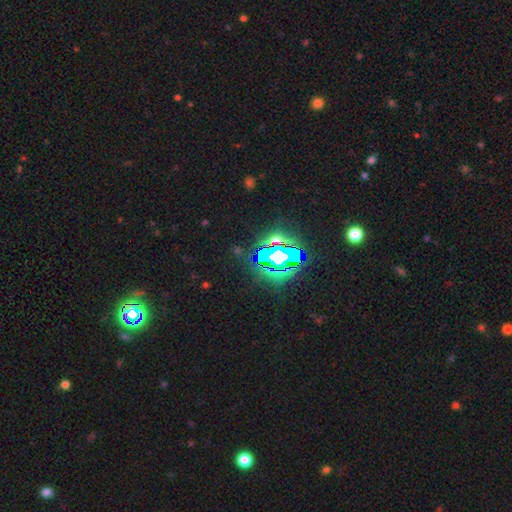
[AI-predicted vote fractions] Smooth or featured? Predicted: star or artifact (p=0.82).